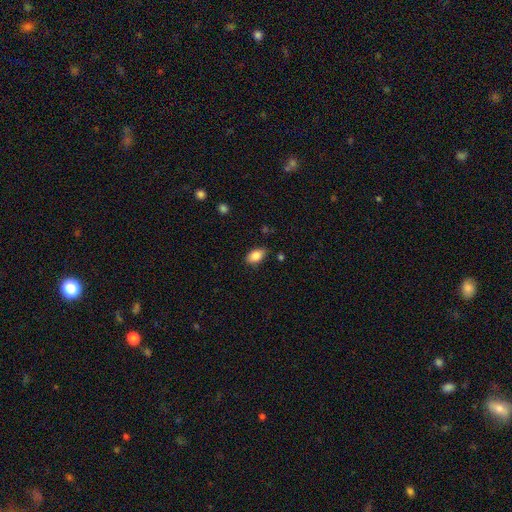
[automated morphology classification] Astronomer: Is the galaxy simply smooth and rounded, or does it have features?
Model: smooth — 84%.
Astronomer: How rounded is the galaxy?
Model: in between — 90%.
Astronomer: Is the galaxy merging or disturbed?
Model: none — 81%.